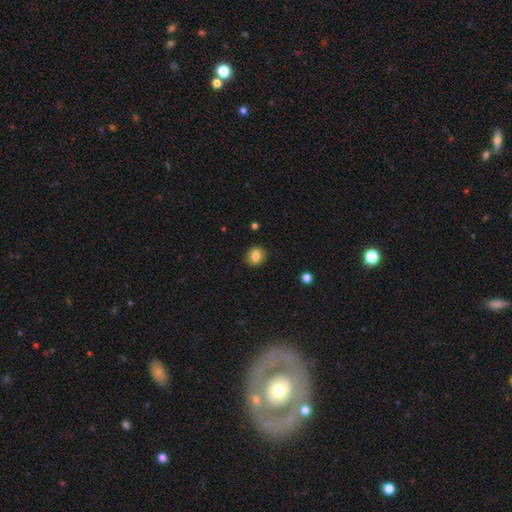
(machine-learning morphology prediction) A smooth galaxy with no disk features (80%) that is round (68%). Merging: none (87%).